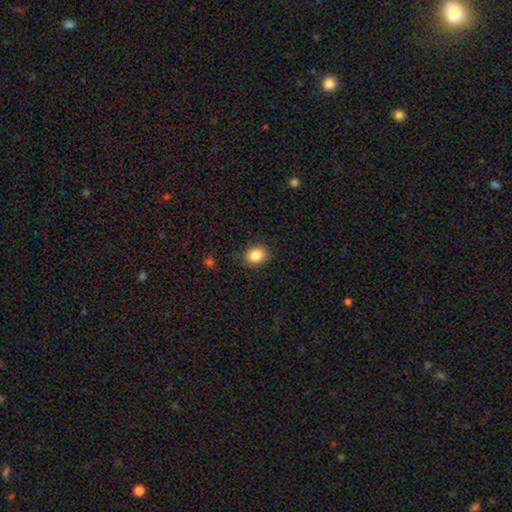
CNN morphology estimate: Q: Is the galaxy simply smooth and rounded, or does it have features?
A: smooth — 86%.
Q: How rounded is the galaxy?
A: round — 60%.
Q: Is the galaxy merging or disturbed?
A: none — 83%.